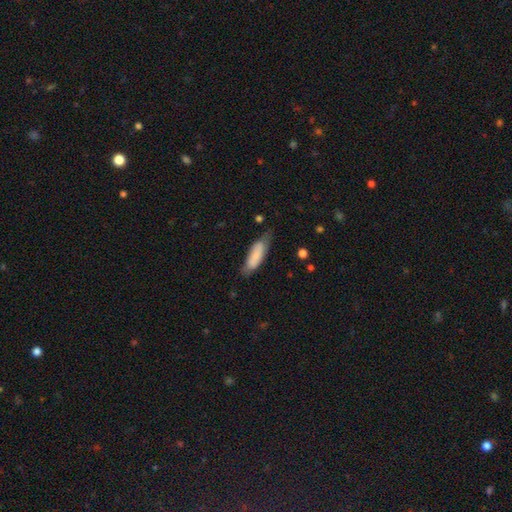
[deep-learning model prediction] Smooth or featured? Predicted: smooth (p=0.77). How rounded? Predicted: in between (p=0.54). Merging? Predicted: none (p=0.56).